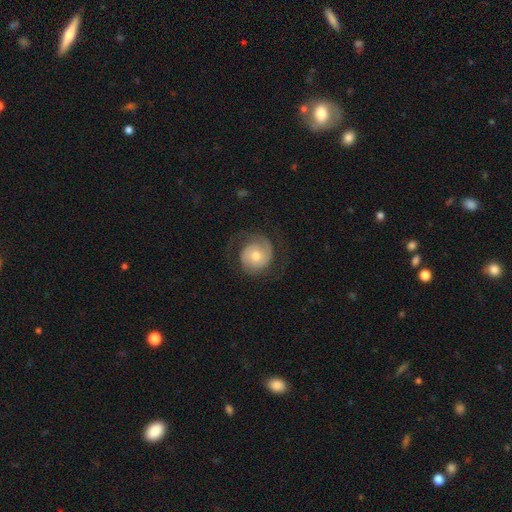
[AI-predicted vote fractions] smooth_or_featured: featured or disk (p=0.70) [alt: smooth p=0.23]
disk_edge_on: no (p=0.98) [alt: yes p=0.02]
bar: no (p=0.68) [alt: weak p=0.26]
has_spiral_arms: yes (p=0.93) [alt: no p=0.07]
spiral_winding: medium (p=0.41) [alt: tight p=0.36]
spiral_arm_count: 2 (p=0.81) [alt: 1 p=0.07]
bulge_size: moderate (p=0.58) [alt: small p=0.32]
merging: none (p=0.71) [alt: minor disturbance p=0.14]